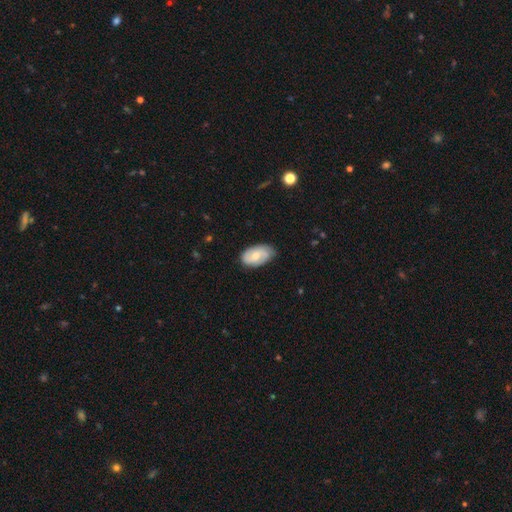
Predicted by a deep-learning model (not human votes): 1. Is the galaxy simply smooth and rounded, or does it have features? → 58% smooth, 36% featured or disk, 6% star or artifact.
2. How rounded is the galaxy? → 93% in between, 5% round, 2% cigar-shaped.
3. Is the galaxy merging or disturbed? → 69% none, 26% minor disturbance, 4% major disturbance, 1% merger.